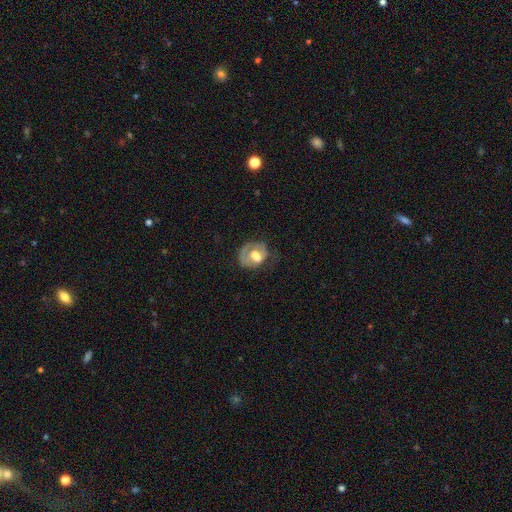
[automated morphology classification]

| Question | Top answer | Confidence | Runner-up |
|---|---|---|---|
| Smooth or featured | featured or disk | 48% | smooth (45%) |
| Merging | none | 47% | minor disturbance (26%) |